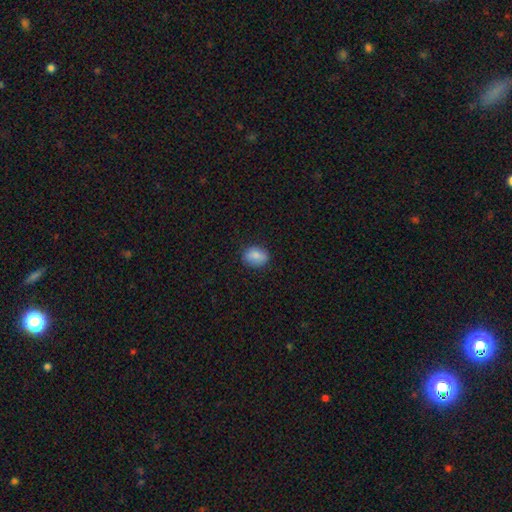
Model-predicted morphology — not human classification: The model was most divided on "how rounded": in between: 58%, round: 40%, cigar-shaped: 1%. More confident: smooth or featured — smooth (83%); merging — none (81%).